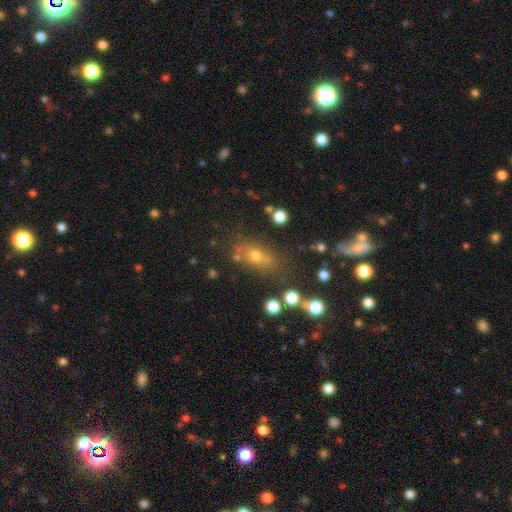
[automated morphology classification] A smooth galaxy with no disk features (60%) that is in between round and cigar-shaped (61%). Merging: none (61%).